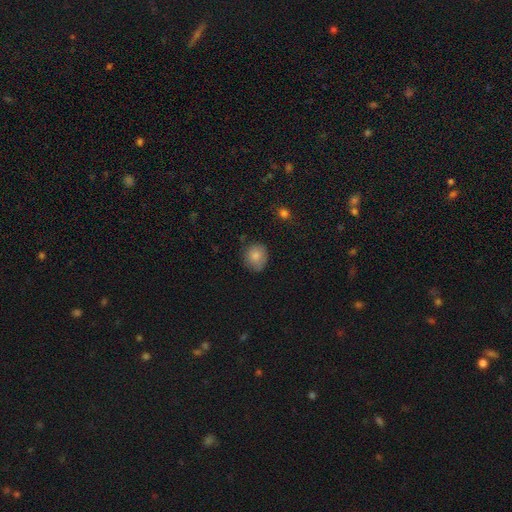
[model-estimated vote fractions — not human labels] Smooth or featured? Predicted: smooth (p=0.83). How rounded? Predicted: round (p=0.79). Merging? Predicted: none (p=0.75).